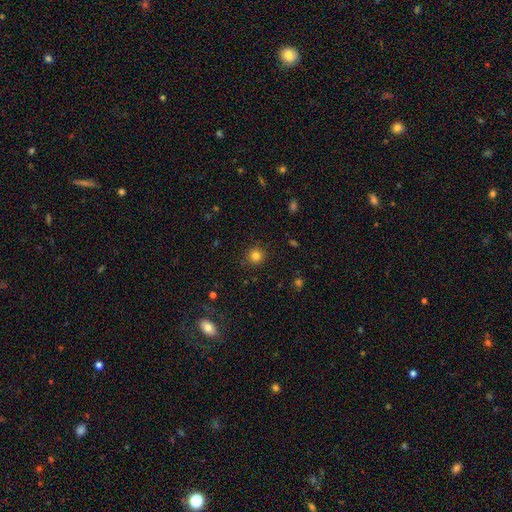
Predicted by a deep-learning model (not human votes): smooth_or_featured: smooth (p=0.82) [alt: star or artifact p=0.13]
how_rounded: round (p=0.93) [alt: in between p=0.06]
merging: none (p=0.90) [alt: minor disturbance p=0.07]